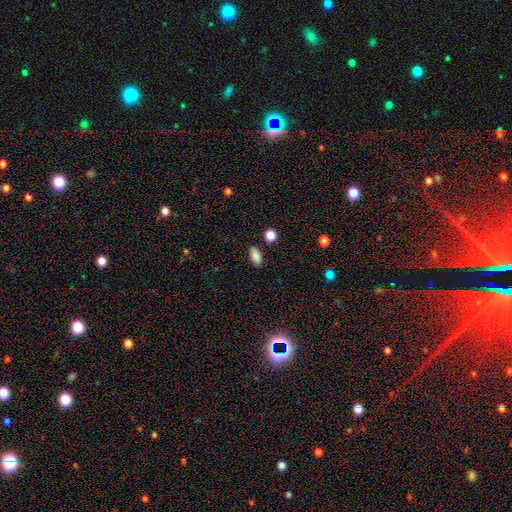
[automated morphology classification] Smooth or featured: smooth — 86% (star or artifact — 9%)
How rounded: in between — 88% (cigar-shaped — 7%)
Merging: none — 85% (minor disturbance — 10%)